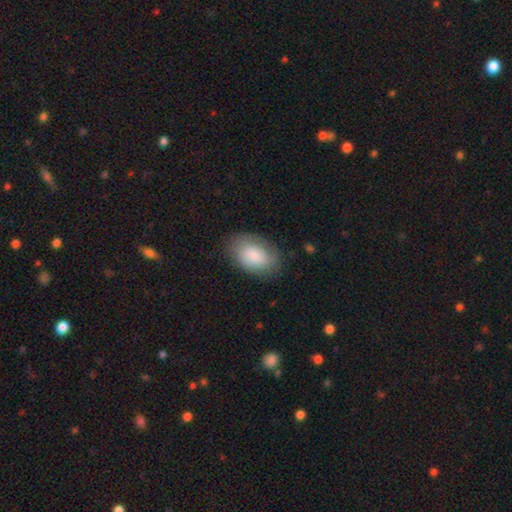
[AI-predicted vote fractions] Smooth or featured? Predicted: smooth (p=0.83). How rounded? Predicted: in between (p=0.87). Merging? Predicted: none (p=0.77).